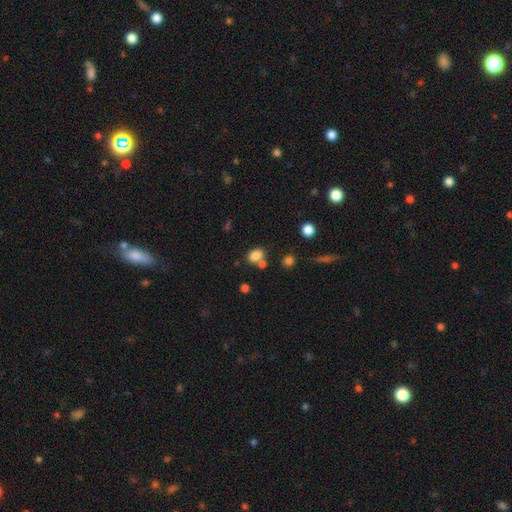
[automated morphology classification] smooth 82%, star or artifact 12%, featured or disk 6%. Down the decision tree: how rounded — in between (74%); merging — none (60%).